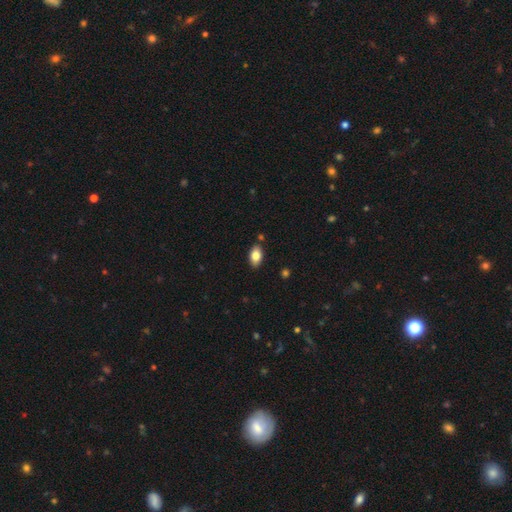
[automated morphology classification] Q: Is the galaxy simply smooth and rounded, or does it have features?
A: smooth — 82%.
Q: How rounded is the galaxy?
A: in between — 91%.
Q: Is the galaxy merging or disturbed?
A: none — 85%.